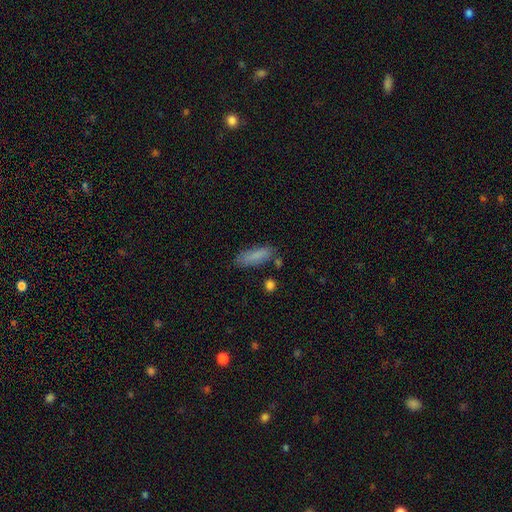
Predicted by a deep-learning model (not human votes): This appears to be a smooth galaxy with no disk features (83%) that is in between round and cigar-shaped (52%). Merging: none (75%).